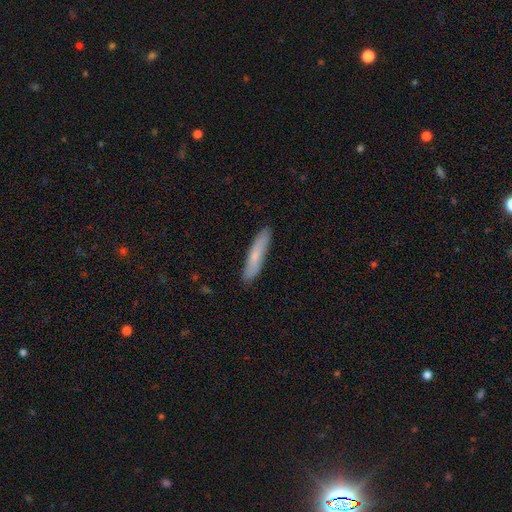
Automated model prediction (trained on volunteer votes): This is likely a smooth galaxy (70%). How rounded: clearly cigar-shaped (88%). Merging: clearly none (88%).